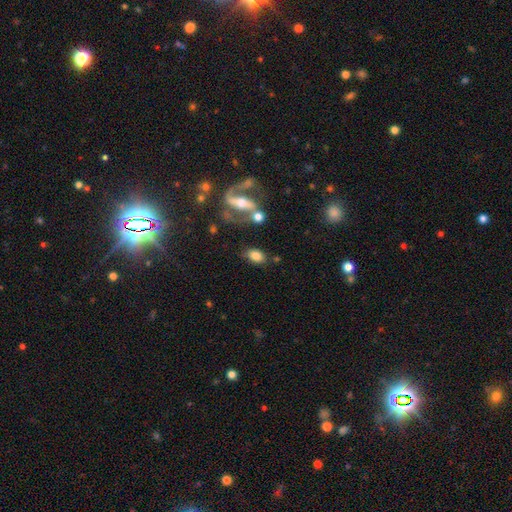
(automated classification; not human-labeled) Smooth or featured? Predicted: smooth (p=0.72). How rounded? Predicted: in between (p=0.83). Merging? Predicted: none (p=0.69).